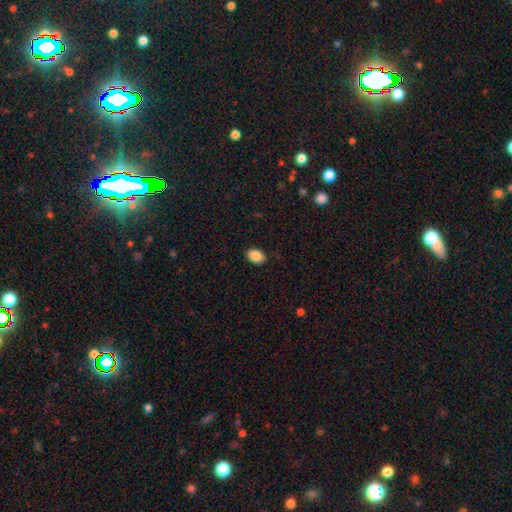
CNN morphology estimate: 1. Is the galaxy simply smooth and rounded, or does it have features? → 88% smooth, 8% star or artifact, 4% featured or disk.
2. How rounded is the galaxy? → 77% in between, 22% round, 1% cigar-shaped.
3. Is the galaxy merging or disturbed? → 88% none, 8% minor disturbance, 2% major disturbance, 1% merger.